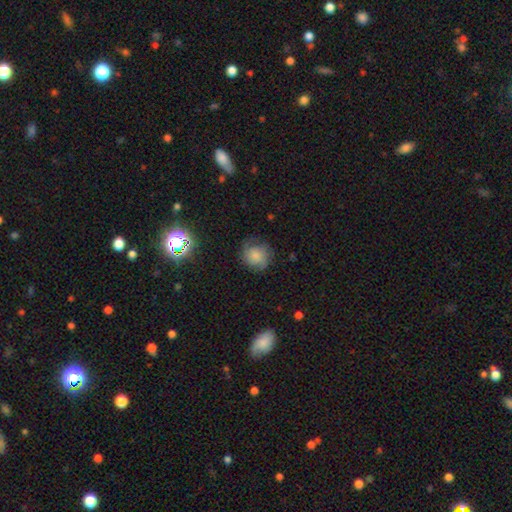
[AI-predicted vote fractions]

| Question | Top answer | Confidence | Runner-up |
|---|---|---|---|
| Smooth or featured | smooth | 58% | featured or disk (30%) |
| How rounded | round | 84% | in between (15%) |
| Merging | none | 68% | minor disturbance (21%) |